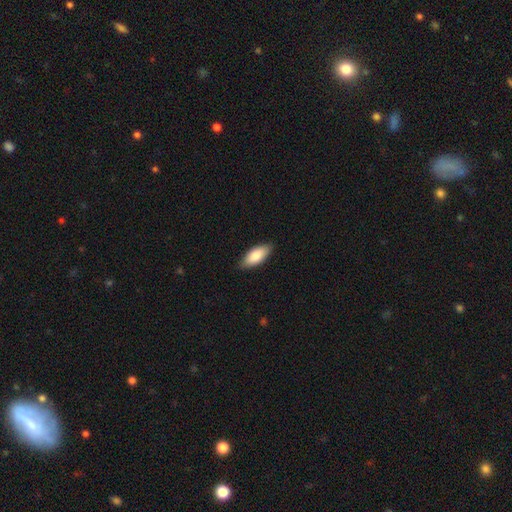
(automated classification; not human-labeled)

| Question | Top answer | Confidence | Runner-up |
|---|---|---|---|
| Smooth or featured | smooth | 82% | featured or disk (13%) |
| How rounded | in between | 85% | cigar-shaped (14%) |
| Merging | none | 86% | minor disturbance (11%) |